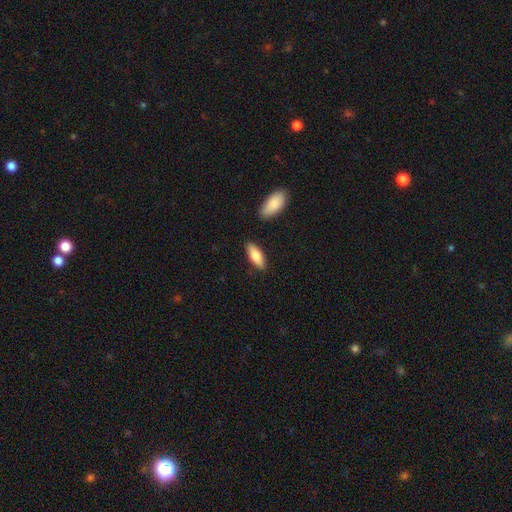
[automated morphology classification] This is likely a smooth galaxy (76%). How rounded: likely in between (69%). Merging: clearly none (84%).